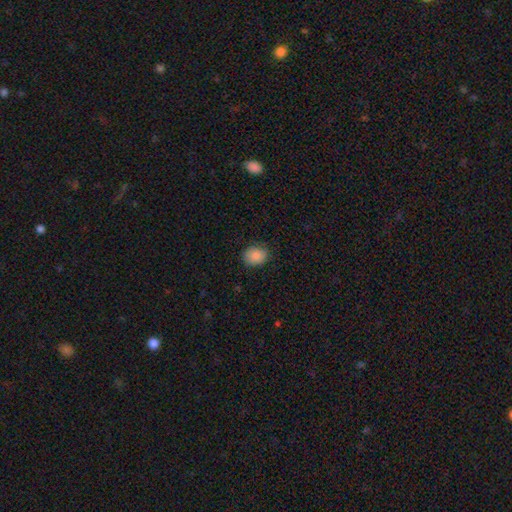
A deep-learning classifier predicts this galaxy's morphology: This is clearly a smooth galaxy (87%). How rounded: possibly round (58%). Merging: clearly none (83%).